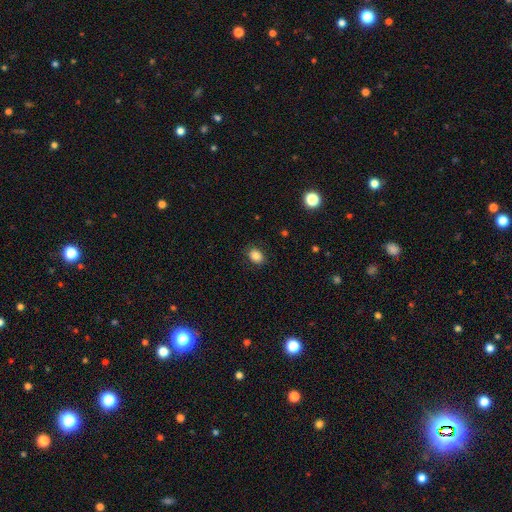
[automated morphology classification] smooth-or-featured: smooth: 85% | star or artifact: 10% | featured or disk: 5%
  how-rounded: in between: 68% | round: 31% | cigar-shaped: 1%
  merging: none: 87% | minor disturbance: 10% | major disturbance: 3% | merger: 1%